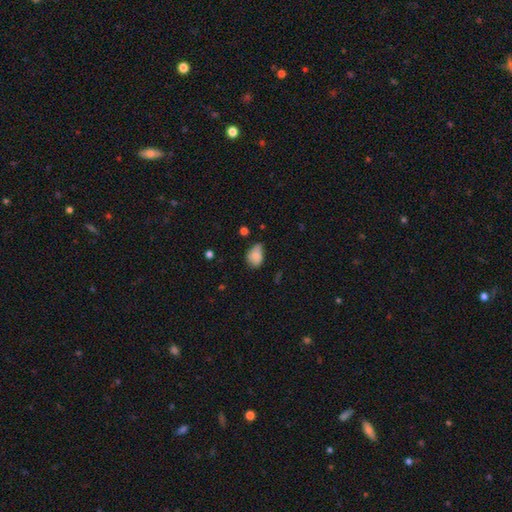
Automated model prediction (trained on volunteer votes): Smooth or featured? smooth (81%)
How rounded? in between (74%)
Merging? none (45%)